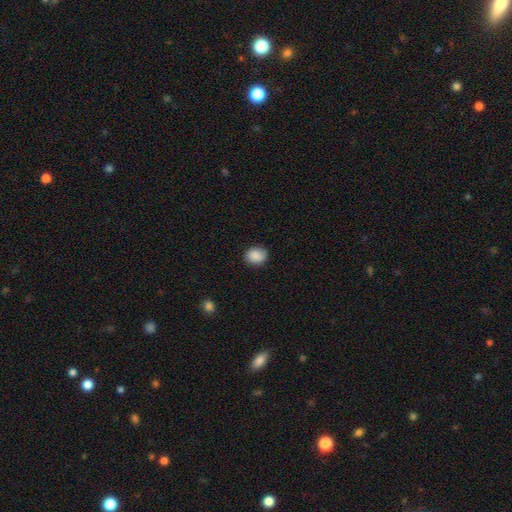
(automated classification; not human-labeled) A smooth galaxy with no disk features (88%) that is round (55%). Merging: none (83%).